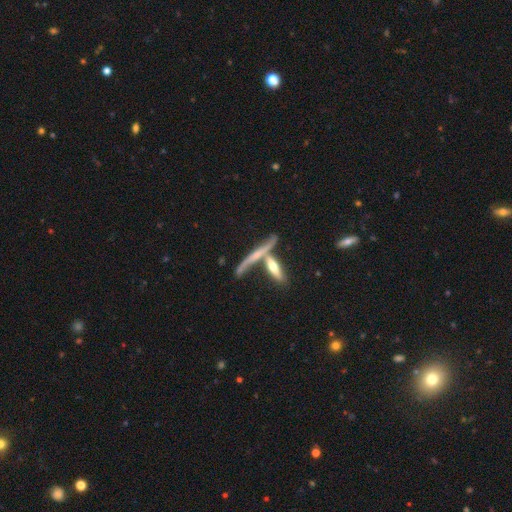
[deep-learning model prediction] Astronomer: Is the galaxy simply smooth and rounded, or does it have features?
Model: featured or disk — 62%.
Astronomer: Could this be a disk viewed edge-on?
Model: yes — 86%.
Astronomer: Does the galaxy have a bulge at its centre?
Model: rounded — 56% (runner-up: none, 33%).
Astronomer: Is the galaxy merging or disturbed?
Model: none — 45% (runner-up: merger, 36%).